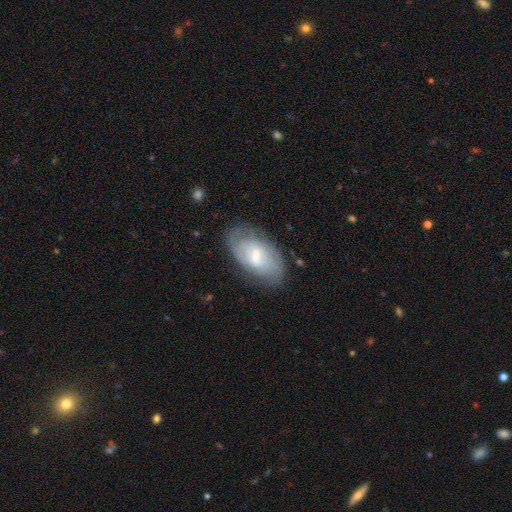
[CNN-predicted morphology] smooth_or_featured: featured or disk (p=0.65) [alt: smooth p=0.29]
disk_edge_on: no (p=0.94) [alt: yes p=0.06]
bar: weak (p=0.55) [alt: no p=0.32]
has_spiral_arms: yes (p=0.83) [alt: no p=0.17]
spiral_winding: tight (p=0.49) [alt: medium p=0.37]
spiral_arm_count: 2 (p=0.50) [alt: can't tell p=0.36]
bulge_size: small (p=0.44) [tied with: moderate p=0.44]
merging: none (p=0.73) [alt: minor disturbance p=0.19]